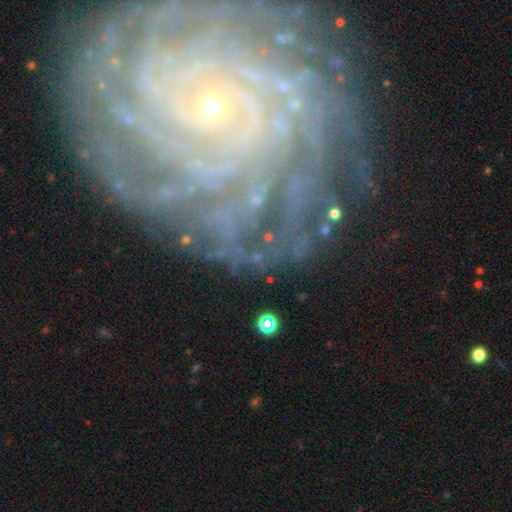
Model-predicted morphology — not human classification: Overall: featured or disk (87%). Edge-on disk: no (97%). Bar: no (72%). Spiral arms: yes (98%). Spiral arm count: more than 4 (36%; can't tell 19%). Spiral winding: tight (83%). Bulge size: small (88%). Merging: none (80%).